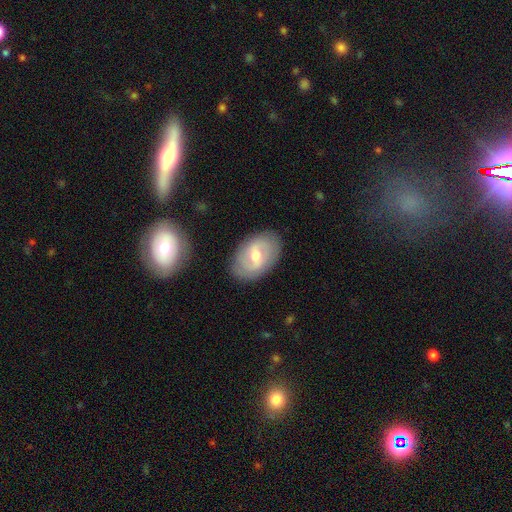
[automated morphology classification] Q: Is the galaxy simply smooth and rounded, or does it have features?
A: featured or disk — 62%.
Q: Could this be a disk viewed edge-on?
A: no — 94%.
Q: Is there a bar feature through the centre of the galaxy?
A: weak — 57%.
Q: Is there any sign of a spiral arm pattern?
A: yes — 69%.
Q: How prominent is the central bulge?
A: moderate — 66%.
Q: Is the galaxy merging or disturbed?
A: none — 84%.